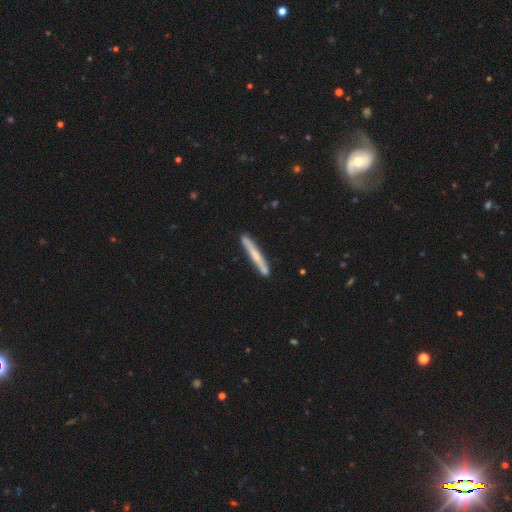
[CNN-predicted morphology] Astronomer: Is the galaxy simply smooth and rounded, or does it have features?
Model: smooth — 48% (runner-up: featured or disk, 46%).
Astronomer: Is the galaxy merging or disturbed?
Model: none — 86%.